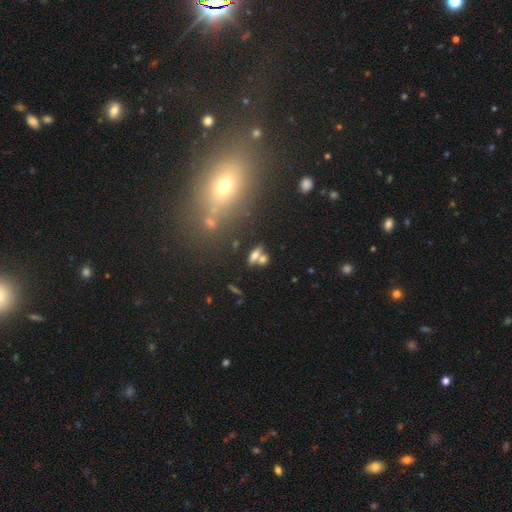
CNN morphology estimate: Smooth or featured? Predicted: smooth (p=0.58). How rounded? Predicted: in between (p=0.69). Merging? Predicted: none (p=0.47).